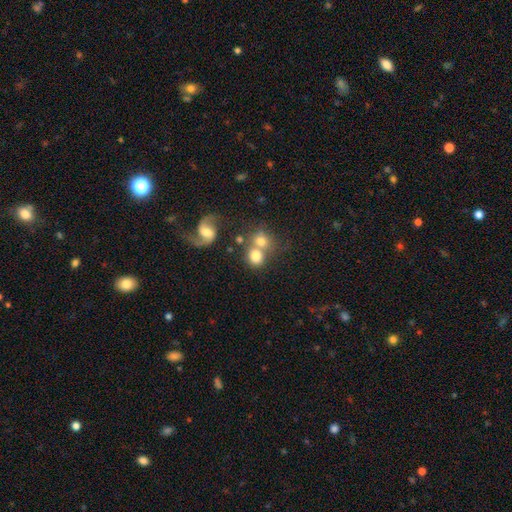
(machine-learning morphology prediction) This appears to be a smooth galaxy with no disk features (71%) that is round (72%). Merging: merger (45%).